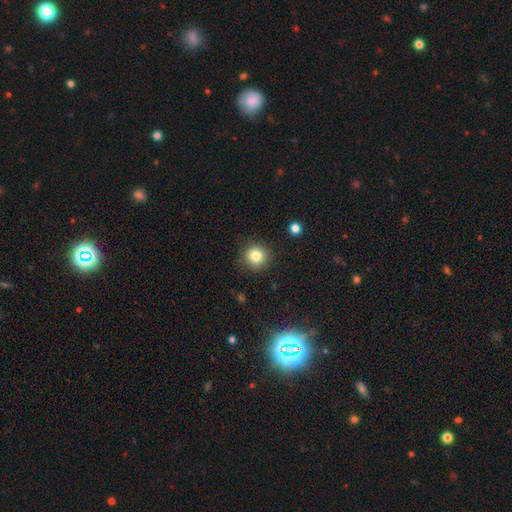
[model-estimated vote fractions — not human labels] The model was most divided on "smooth or featured": smooth: 81%, star or artifact: 12%, featured or disk: 7%. More confident: how rounded — round (93%); merging — none (89%).